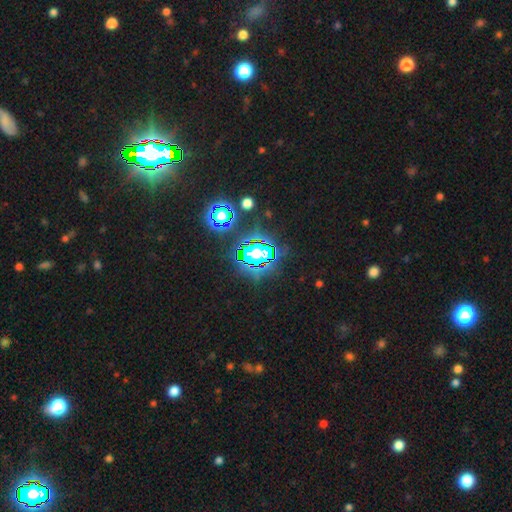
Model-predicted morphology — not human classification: star or artifact 82%, smooth 11%, featured or disk 7%.